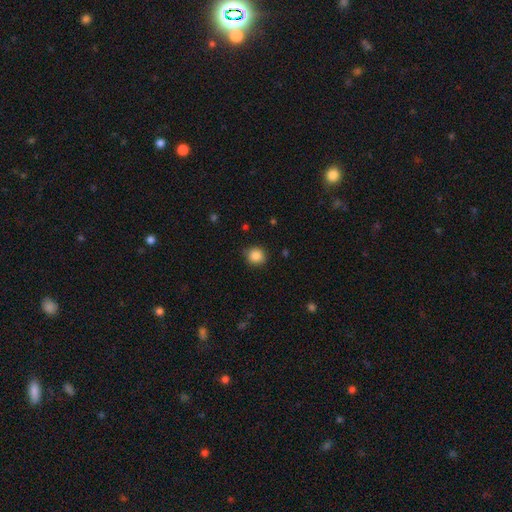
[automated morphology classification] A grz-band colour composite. It shows a smooth galaxy with no disk features (86%) that is round (87%). Merging: none (86%).